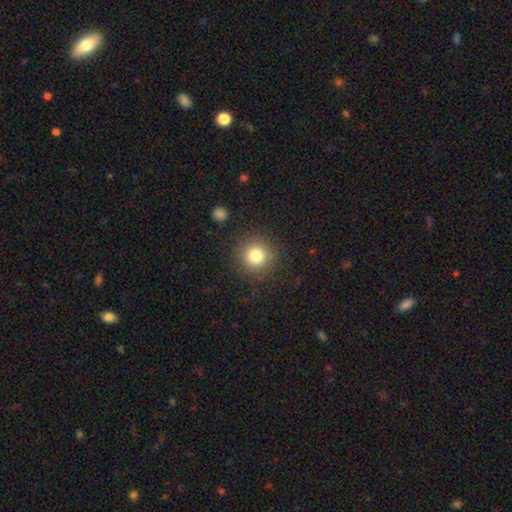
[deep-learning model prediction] smooth-or-featured: smooth: 80% | star or artifact: 12% | featured or disk: 8%
  how-rounded: round: 94% | in between: 5% | cigar-shaped: 1%
  merging: none: 88% | minor disturbance: 7% | major disturbance: 3% | merger: 2%